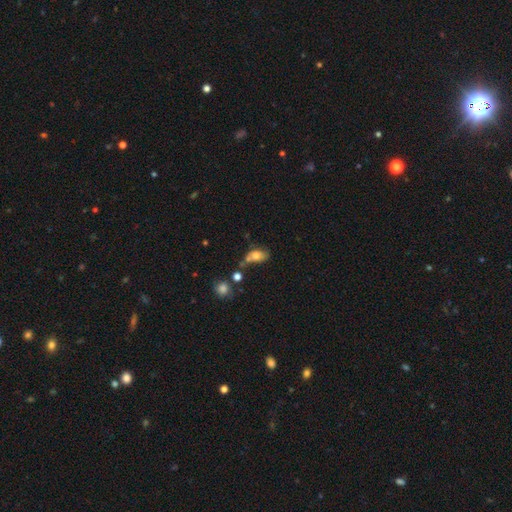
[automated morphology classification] This is likely a smooth galaxy (71%). How rounded: clearly in between (82%). Merging: marginally none (35%).